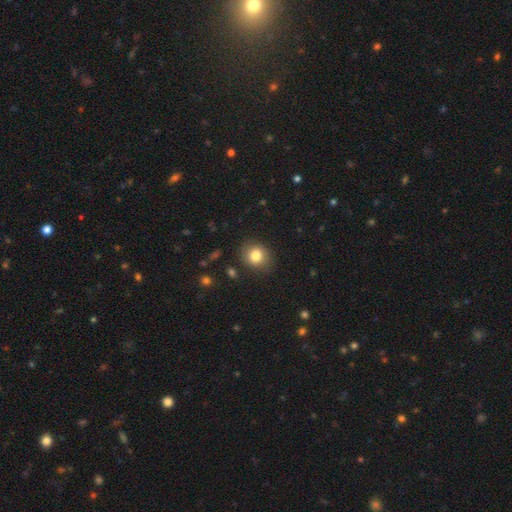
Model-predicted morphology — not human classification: A smooth galaxy with no disk features (81%) that is round (72%).

Vote fractions:
- Smooth or featured? smooth: 81% / star or artifact: 10% / featured or disk: 8%
- How rounded? round: 72% / in between: 27% / cigar-shaped: 1%
- Merging? none: 84% / minor disturbance: 11% / major disturbance: 3% / merger: 2%